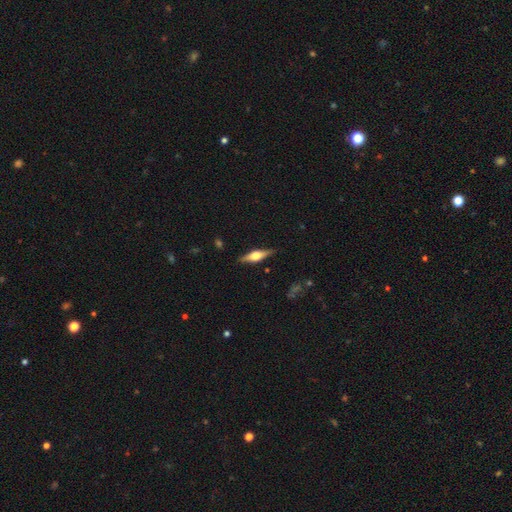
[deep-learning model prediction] featured or disk 65%, smooth 29%, star or artifact 6%. Down the decision tree: edge-on disk — yes (96%); edge-on bulge — rounded (92%); merging — none (87%).